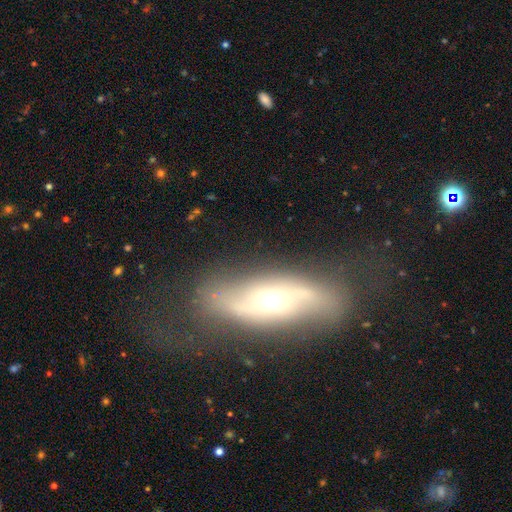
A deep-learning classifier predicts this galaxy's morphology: Q: Smooth or featured?
A: featured or disk (70%); runner-up: smooth (22%)
Q: Edge-on disk?
A: no (79%); runner-up: yes (21%)
Q: Bar?
A: no (67%); runner-up: weak (20%)
Q: Spiral arms?
A: yes (74%); runner-up: no (26%)
Q: Bulge size?
A: small (50%); runner-up: moderate (43%)
Q: Merging?
A: none (66%); runner-up: minor disturbance (19%)